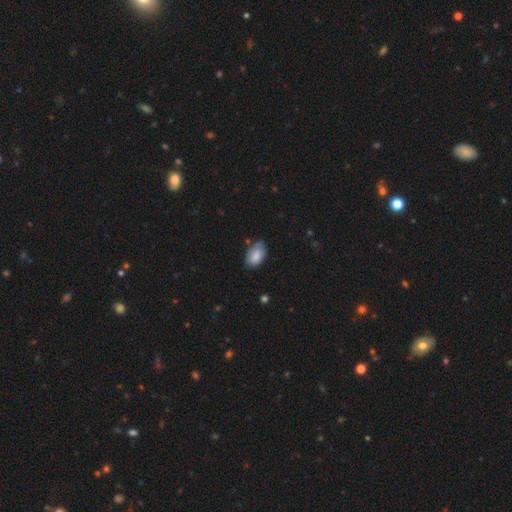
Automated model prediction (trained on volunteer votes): A smooth galaxy with no disk features (83%) that is in between round and cigar-shaped (93%). Merging: none (62%).